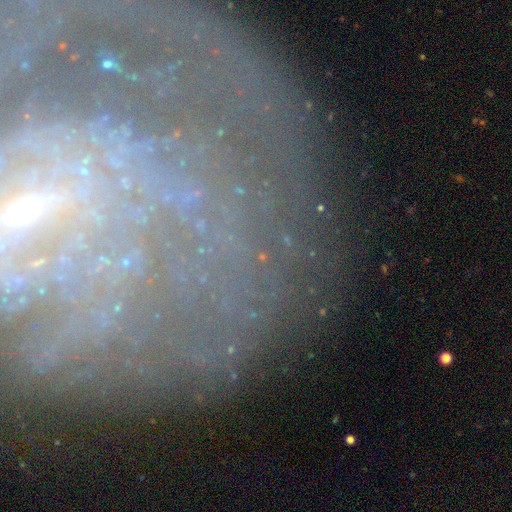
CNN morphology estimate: type=featured or disk (61%); edge-on=no (88%); bar=no (45%); spiral arms=yes (58%); bulge=small (52%); merging=none (61%).